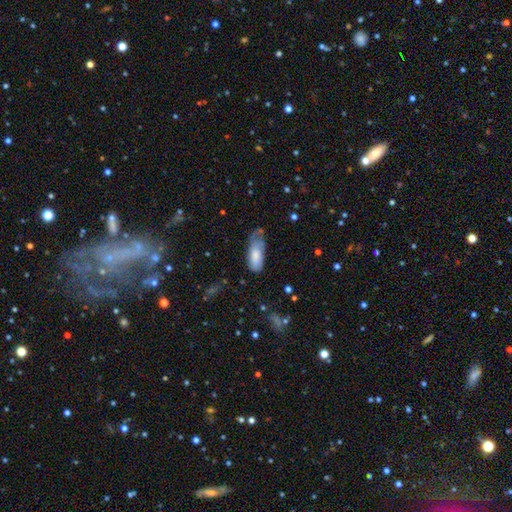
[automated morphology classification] Smooth or featured: smooth — 76% (featured or disk — 18%)
How rounded: in between — 80% (cigar-shaped — 18%)
Merging: minor disturbance — 41% (none — 33%)